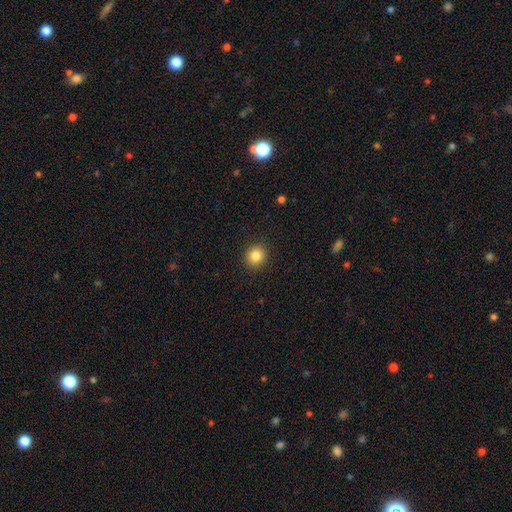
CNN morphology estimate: Smooth or featured? smooth (84%)
How rounded? round (87%)
Merging? none (92%)